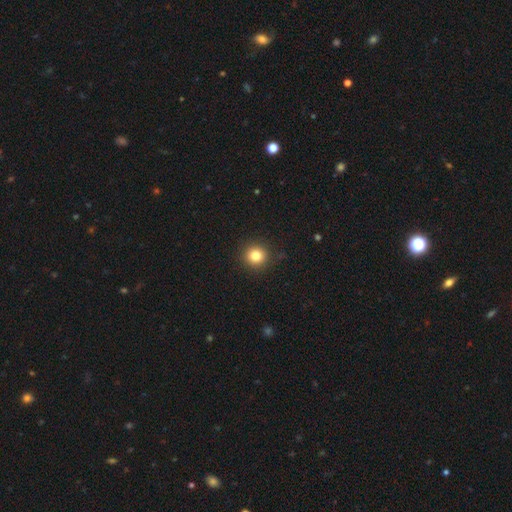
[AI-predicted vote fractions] A smooth galaxy with no disk features (82%) that is round (93%).

Vote fractions:
- Smooth or featured? smooth: 82% / star or artifact: 12% / featured or disk: 6%
- How rounded? round: 93% / in between: 6% / cigar-shaped: 1%
- Merging? none: 91% / minor disturbance: 6% / major disturbance: 2% / merger: 1%